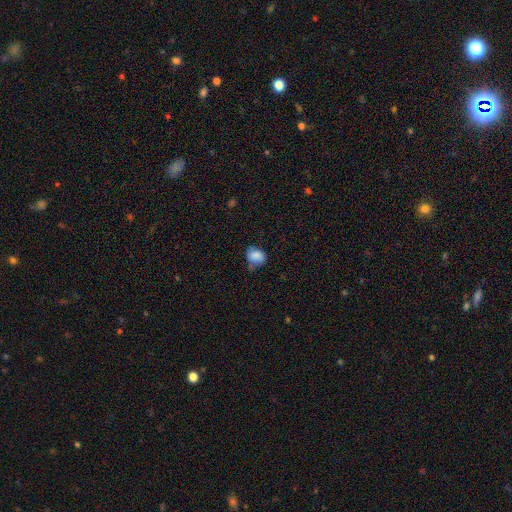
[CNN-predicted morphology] Q: Smooth or featured?
A: smooth (79%); runner-up: featured or disk (12%)
Q: How rounded?
A: in between (54%); runner-up: round (45%)
Q: Merging?
A: none (50%); runner-up: minor disturbance (34%)